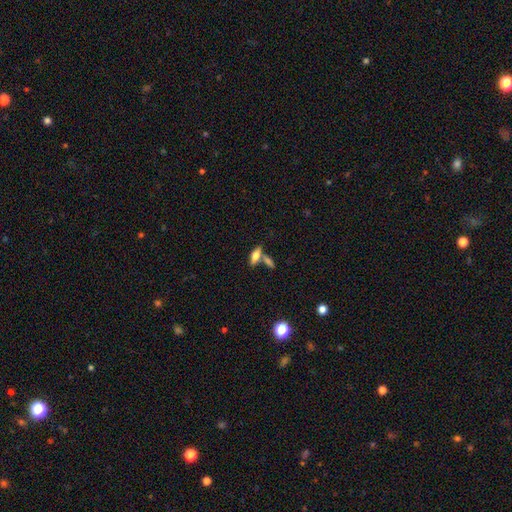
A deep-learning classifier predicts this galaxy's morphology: A smooth galaxy with no disk features (61%) that is in between round and cigar-shaped (63%).

Vote fractions:
- Smooth or featured? smooth: 61% / featured or disk: 30% / star or artifact: 9%
- How rounded? in between: 63% / cigar-shaped: 33% / round: 4%
- Merging? none: 52% / merger: 32% / minor disturbance: 12% / major disturbance: 5%